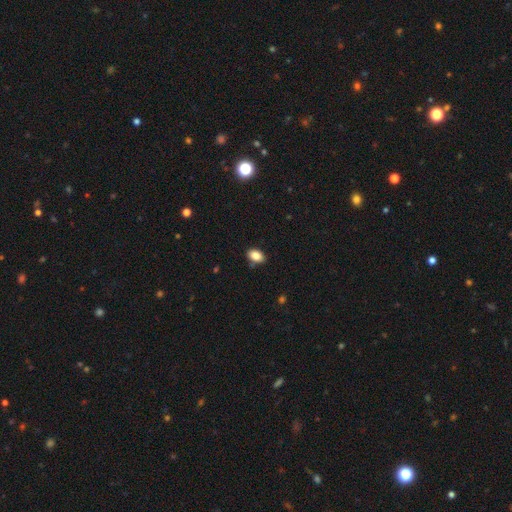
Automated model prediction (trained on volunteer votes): The model was most divided on "merging": none: 82%, minor disturbance: 13%, major disturbance: 3%, merger: 2%. More confident: smooth or featured — smooth (86%); how rounded — in between (86%).